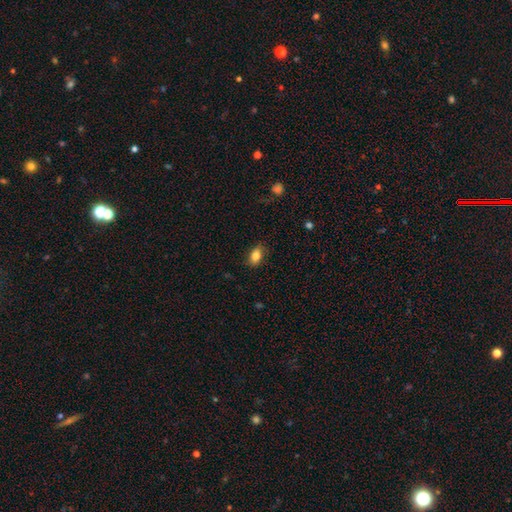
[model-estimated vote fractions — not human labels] A smooth galaxy with no disk features (83%) that is in between round and cigar-shaped (86%). Merging: none (81%).